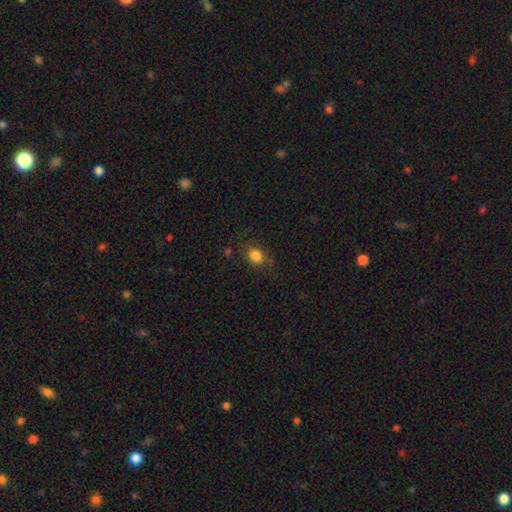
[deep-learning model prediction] Q: Smooth or featured?
A: smooth (83%); runner-up: star or artifact (11%)
Q: How rounded?
A: round (58%); runner-up: in between (41%)
Q: Merging?
A: none (73%); runner-up: minor disturbance (19%)